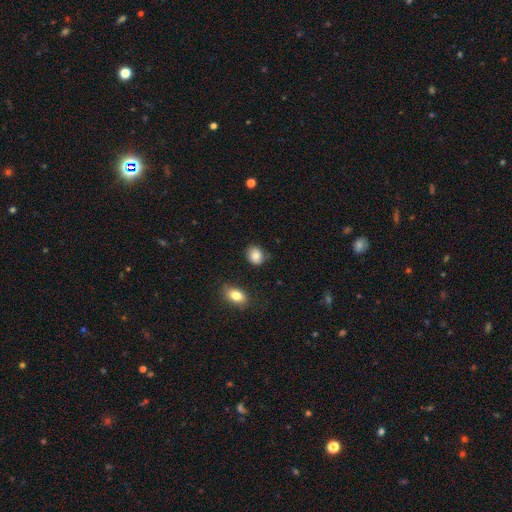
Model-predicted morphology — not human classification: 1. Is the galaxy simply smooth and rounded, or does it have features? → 85% smooth, 9% star or artifact, 7% featured or disk.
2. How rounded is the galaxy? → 54% round, 45% in between, 1% cigar-shaped.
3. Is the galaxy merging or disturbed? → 79% none, 15% minor disturbance, 3% major disturbance, 2% merger.